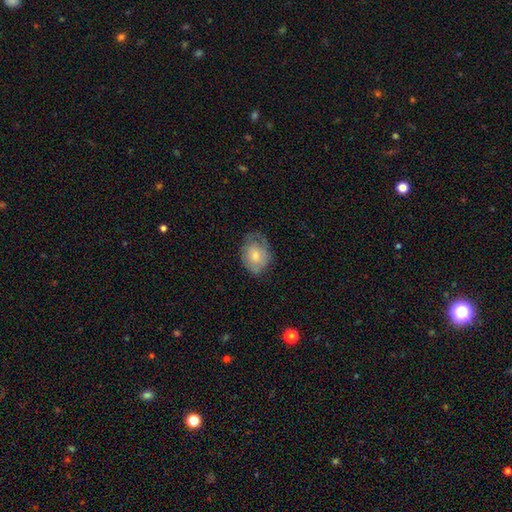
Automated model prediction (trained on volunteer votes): A smooth galaxy with no disk features (64%) that is in between round and cigar-shaped (64%).

Vote fractions:
- Smooth or featured? smooth: 64% / featured or disk: 29% / star or artifact: 7%
- How rounded? in between: 64% / round: 35% / cigar-shaped: 1%
- Merging? none: 56% / minor disturbance: 31% / major disturbance: 12% / merger: 1%